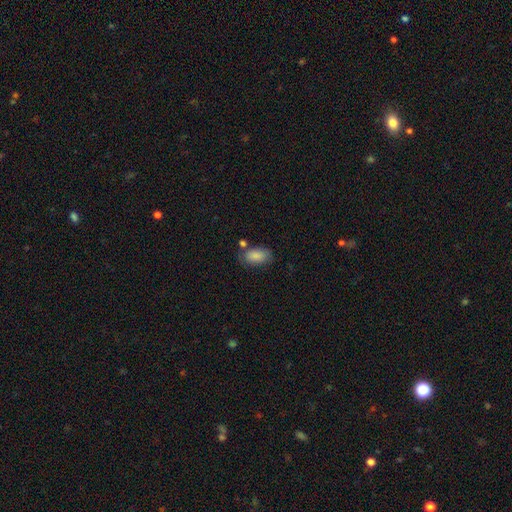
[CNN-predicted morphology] smooth_or_featured: smooth (p=0.85) [alt: featured or disk p=0.08]
how_rounded: in between (p=0.92) [alt: round p=0.06]
merging: none (p=0.63) [alt: minor disturbance p=0.20]